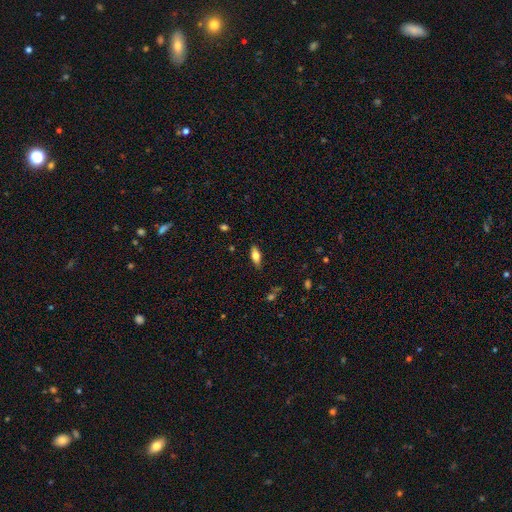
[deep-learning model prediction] This is likely a smooth galaxy (70%). How rounded: likely in between (76%). Merging: clearly none (85%).